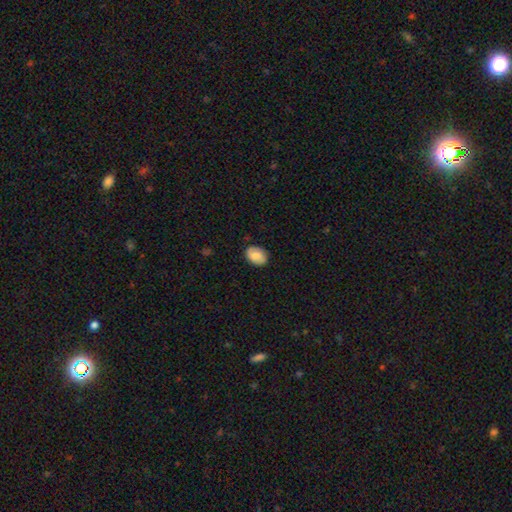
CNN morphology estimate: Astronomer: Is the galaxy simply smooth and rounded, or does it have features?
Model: smooth — 62%.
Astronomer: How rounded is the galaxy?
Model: in between — 67%.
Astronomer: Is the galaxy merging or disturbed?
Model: none — 83%.